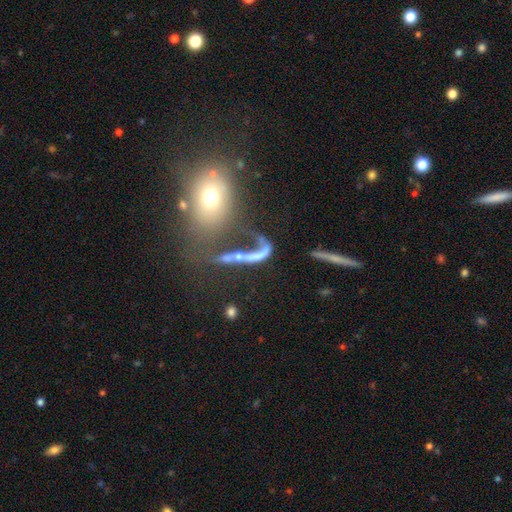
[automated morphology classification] This appears to be a featured or disk galaxy (52%). Merging: merger (39%).